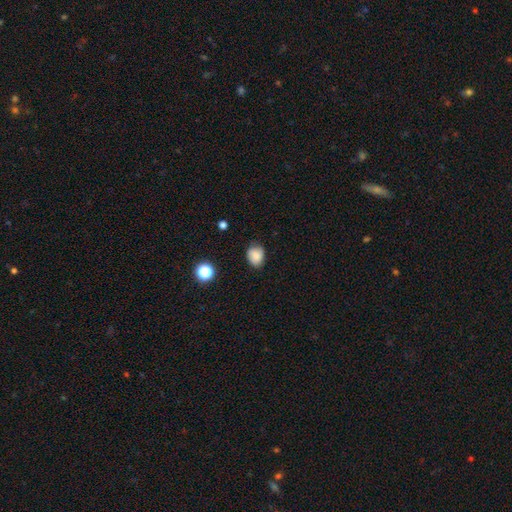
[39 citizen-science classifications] Smooth or featured? smooth (87%)
How rounded? in between (59%)
Merging? none (76%)